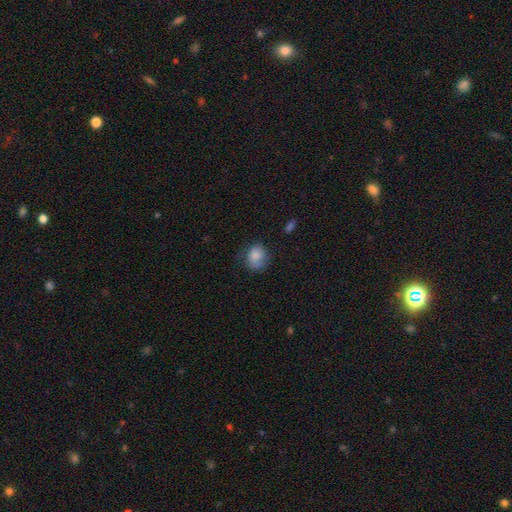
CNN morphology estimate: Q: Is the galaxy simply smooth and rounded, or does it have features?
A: smooth — 83%.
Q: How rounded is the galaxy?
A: round — 61%.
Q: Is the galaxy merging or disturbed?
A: none — 60%.